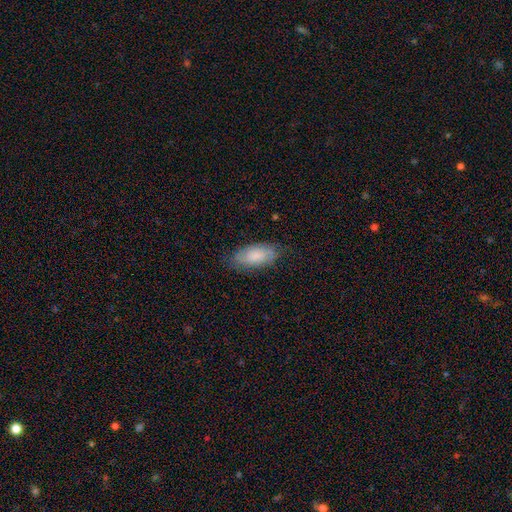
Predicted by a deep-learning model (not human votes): Morphology: type=smooth (66%); roundness=in between (89%); merging=none (74%).